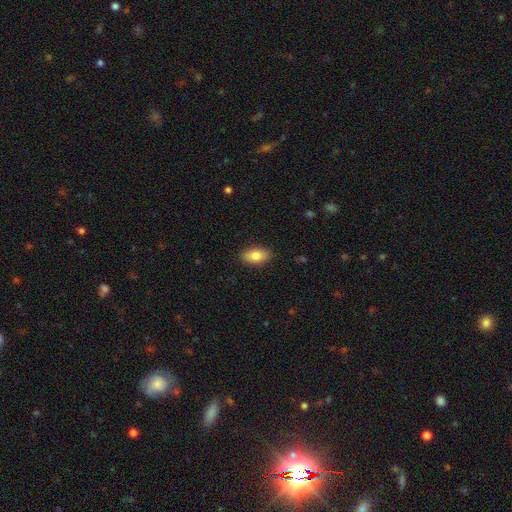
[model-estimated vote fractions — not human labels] smooth 80%, featured or disk 13%, star or artifact 7%. Down the decision tree: how rounded — in between (89%); merging — none (88%).